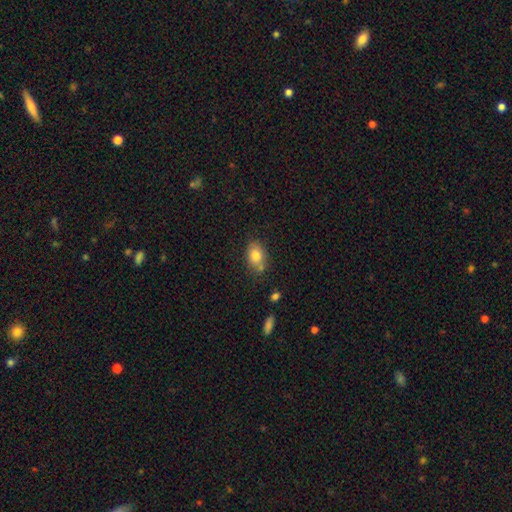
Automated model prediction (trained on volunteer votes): A smooth galaxy with no disk features (81%) that is in between round and cigar-shaped (80%). Merging: none (69%).